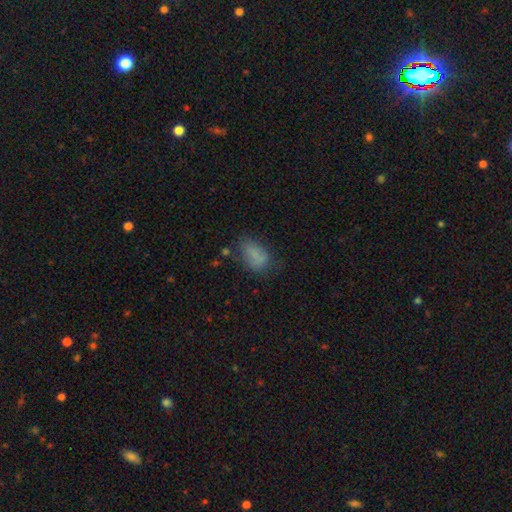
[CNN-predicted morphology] This appears to be a smooth galaxy with no disk features (76%) that is in between round and cigar-shaped (87%). Merging: none (53%).